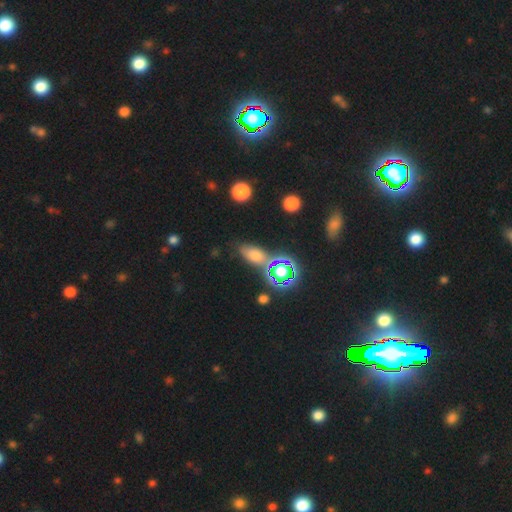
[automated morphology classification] Overall: smooth (56%; star or artifact 32%). How rounded: in between (73%). Merging: none (72%).